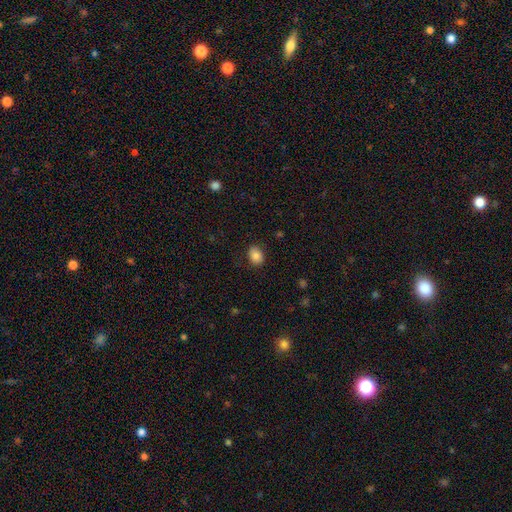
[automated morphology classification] Smooth or featured? smooth (84%)
How rounded? in between (63%)
Merging? none (83%)